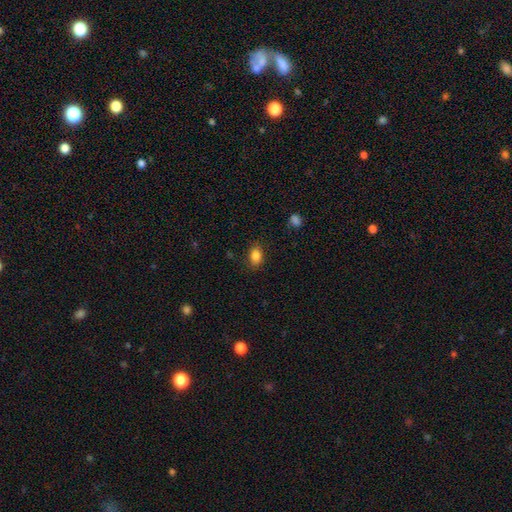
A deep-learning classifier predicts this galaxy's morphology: A smooth galaxy with no disk features (85%) that is in between round and cigar-shaped (77%). Merging: none (84%).